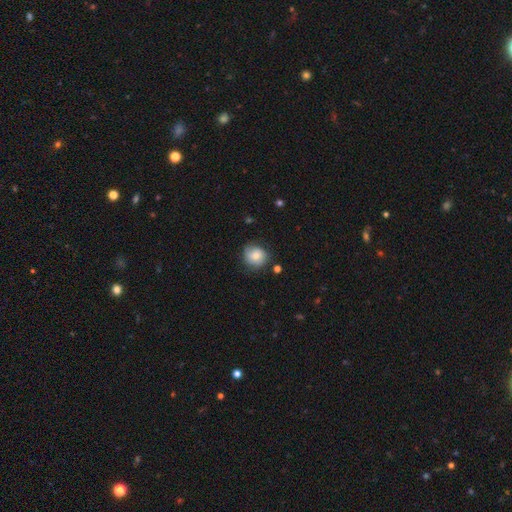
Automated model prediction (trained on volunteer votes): The model was most divided on "merging": none: 71%, minor disturbance: 22%, major disturbance: 5%, merger: 2%. More confident: how rounded — round (83%); smooth or featured — smooth (74%).